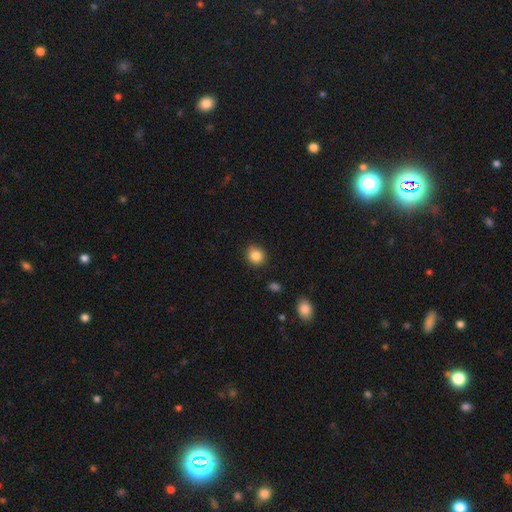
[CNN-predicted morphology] Smooth or featured: smooth — 85% (star or artifact — 10%)
How rounded: round — 80% (in between — 19%)
Merging: none — 89% (minor disturbance — 8%)